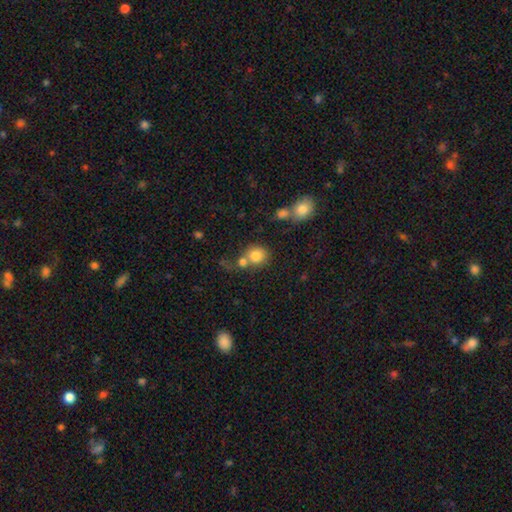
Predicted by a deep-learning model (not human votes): The model was most divided on "merging": none: 52%, merger: 33%, minor disturbance: 10%, major disturbance: 5%. More confident: how rounded — round (82%); smooth or featured — smooth (81%).